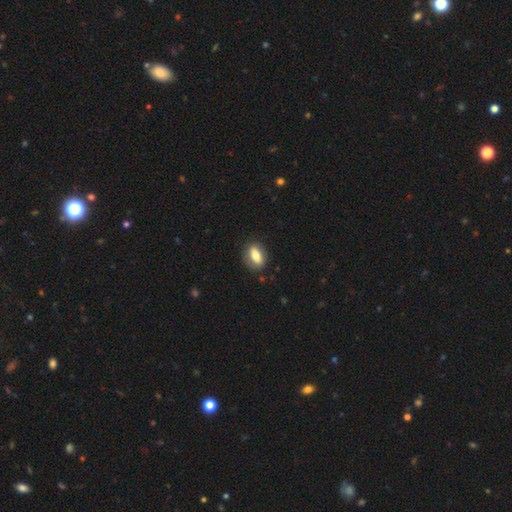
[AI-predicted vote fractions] The model was most divided on "smooth or featured": smooth: 76%, featured or disk: 17%, star or artifact: 7%. More confident: how rounded — in between (83%); merging — none (82%).